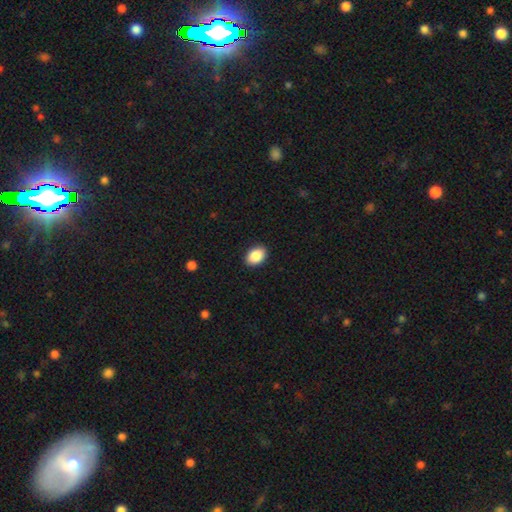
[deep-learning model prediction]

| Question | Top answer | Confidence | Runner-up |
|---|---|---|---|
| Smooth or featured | smooth | 89% | star or artifact (7%) |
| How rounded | in between | 83% | round (16%) |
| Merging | none | 90% | minor disturbance (8%) |